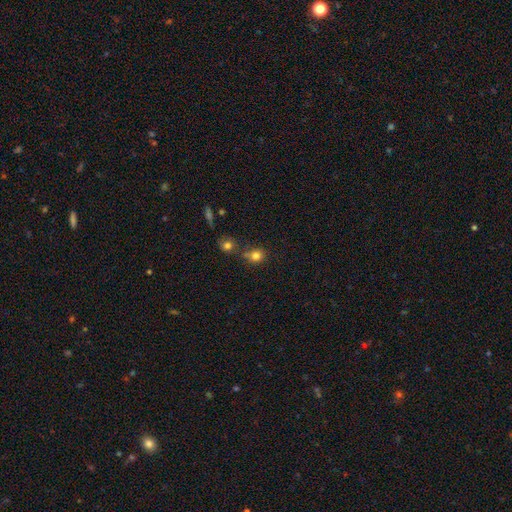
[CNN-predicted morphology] Q: Smooth or featured?
A: smooth (80%); runner-up: star or artifact (12%)
Q: How rounded?
A: round (77%); runner-up: in between (22%)
Q: Merging?
A: none (59%); runner-up: merger (20%)